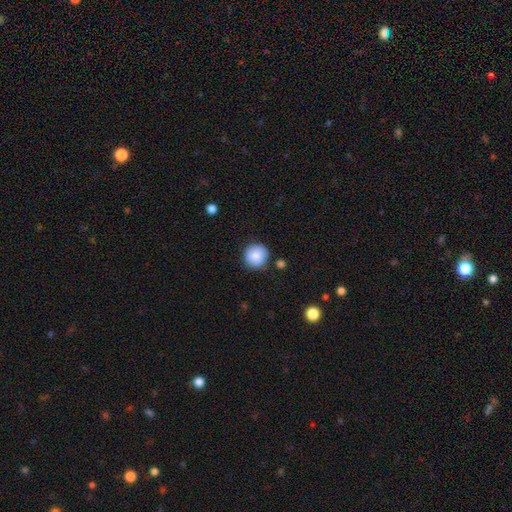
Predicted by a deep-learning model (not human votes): Smooth or featured?
  - smooth: 86% *
  - star or artifact: 7%
  - featured or disk: 7%
How rounded?
  - round: 94% *
  - in between: 5%
  - cigar-shaped: 1%
Merging?
  - none: 85% *
  - minor disturbance: 11%
  - major disturbance: 2%
  - merger: 2%